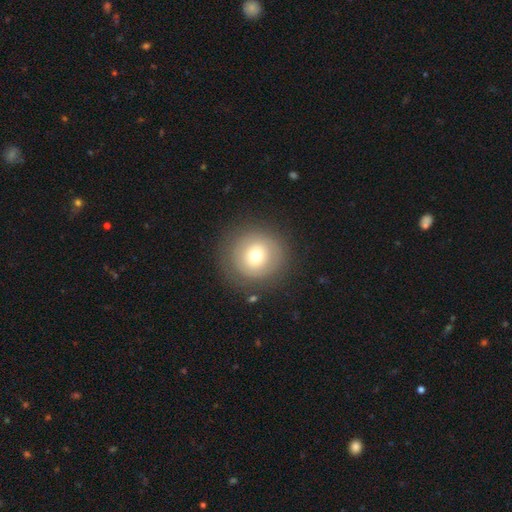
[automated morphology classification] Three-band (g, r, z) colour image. It shows a smooth galaxy with no disk features (65%) that is round (94%). Merging: none (83%).